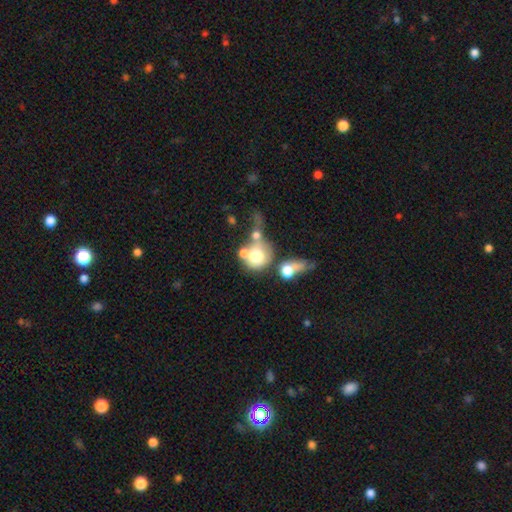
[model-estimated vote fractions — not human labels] Smooth or featured? Predicted: smooth (p=0.62). How rounded? Predicted: round (p=0.75). Merging? Predicted: merger (p=0.53).